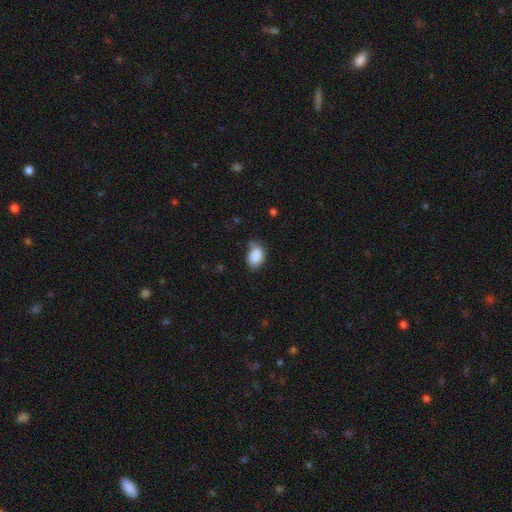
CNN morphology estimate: Smooth or featured: smooth — 87% (star or artifact — 8%)
How rounded: in between — 80% (round — 19%)
Merging: none — 61% (minor disturbance — 28%)